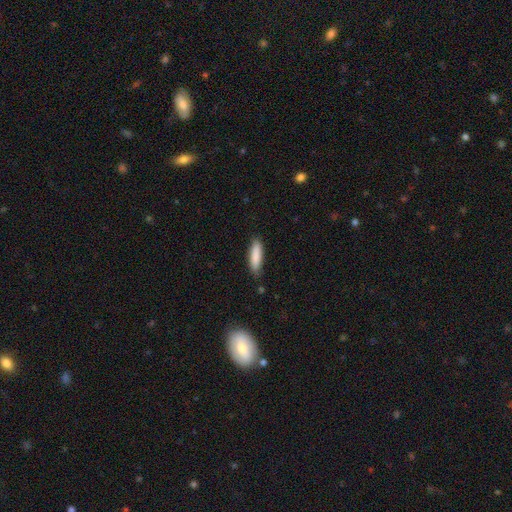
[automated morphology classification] Smooth or featured? Predicted: smooth (p=0.86). How rounded? Predicted: cigar-shaped (p=0.67). Merging? Predicted: none (p=0.83).